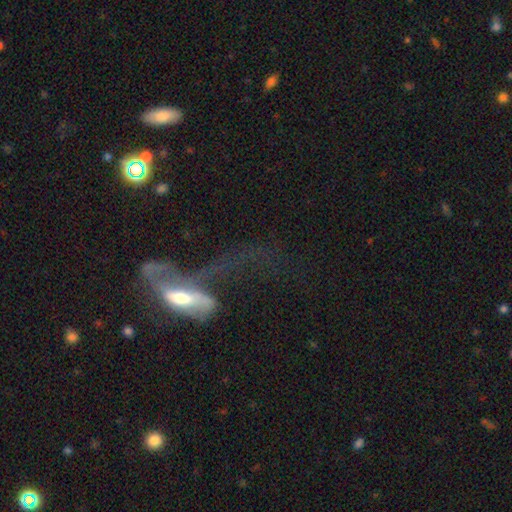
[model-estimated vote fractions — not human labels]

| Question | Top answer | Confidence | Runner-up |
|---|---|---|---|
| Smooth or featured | featured or disk | 58% | smooth (28%) |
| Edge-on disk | no | 73% | yes (27%) |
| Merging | major disturbance | 56% | none (18%) |